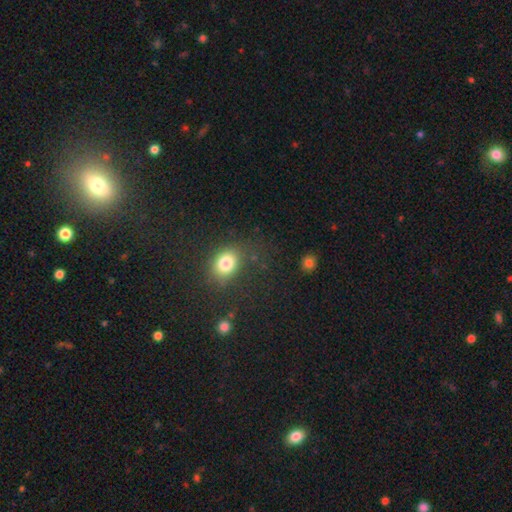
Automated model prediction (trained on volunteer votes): A smooth galaxy with no disk features (67%) that is round (56%). Merging: none (69%).